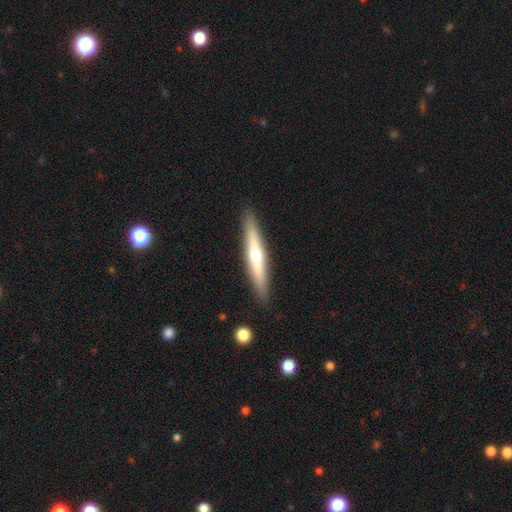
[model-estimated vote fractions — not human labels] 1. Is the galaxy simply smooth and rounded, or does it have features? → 59% featured or disk, 36% smooth, 5% star or artifact.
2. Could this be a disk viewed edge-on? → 95% yes, 5% no.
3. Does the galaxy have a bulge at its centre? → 86% rounded, 11% none, 3% boxy.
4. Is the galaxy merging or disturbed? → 91% none, 7% minor disturbance, 2% major disturbance, 1% merger.